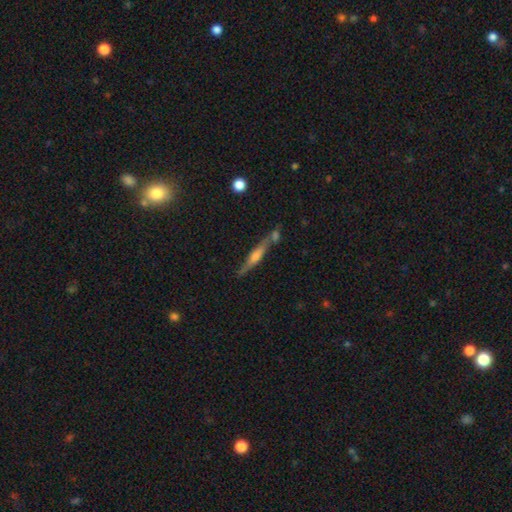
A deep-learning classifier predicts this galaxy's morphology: type=featured or disk (68%); edge-on=yes (95%); edge-on bulge=rounded (70%); merging=none (72%).